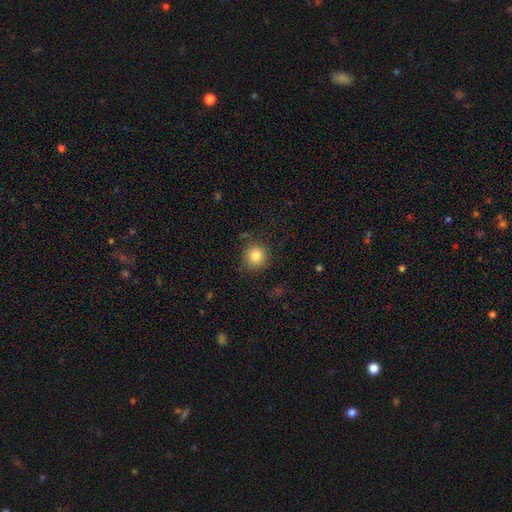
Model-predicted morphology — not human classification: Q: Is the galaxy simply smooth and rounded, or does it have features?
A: smooth — 83%.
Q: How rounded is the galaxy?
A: round — 92%.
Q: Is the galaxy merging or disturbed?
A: none — 85%.